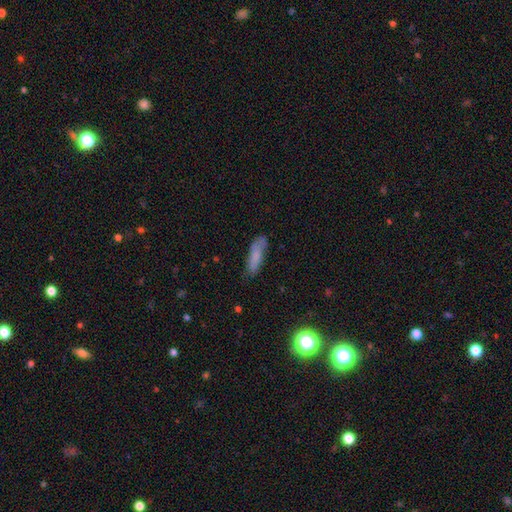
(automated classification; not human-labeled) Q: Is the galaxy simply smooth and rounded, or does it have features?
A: smooth — 72%.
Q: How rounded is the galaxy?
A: cigar-shaped — 61%.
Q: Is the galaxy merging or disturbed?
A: none — 69%.